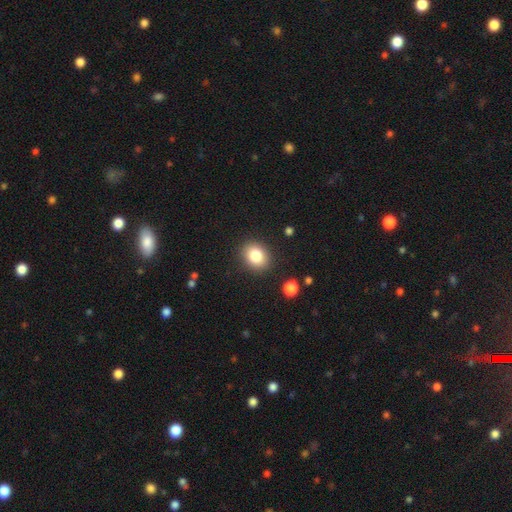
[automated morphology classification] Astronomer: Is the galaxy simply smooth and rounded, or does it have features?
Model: smooth — 83%.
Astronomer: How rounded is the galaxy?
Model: round — 53% (runner-up: in between, 46%).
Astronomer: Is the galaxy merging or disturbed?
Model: none — 88%.